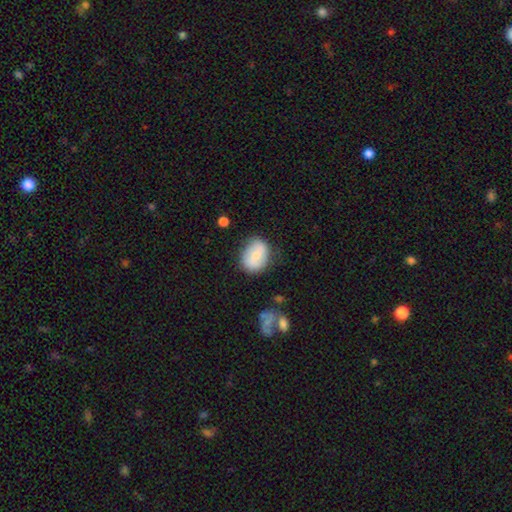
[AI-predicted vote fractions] This is likely a smooth galaxy (63%). How rounded: possibly in between (56%). Merging: likely none (73%).